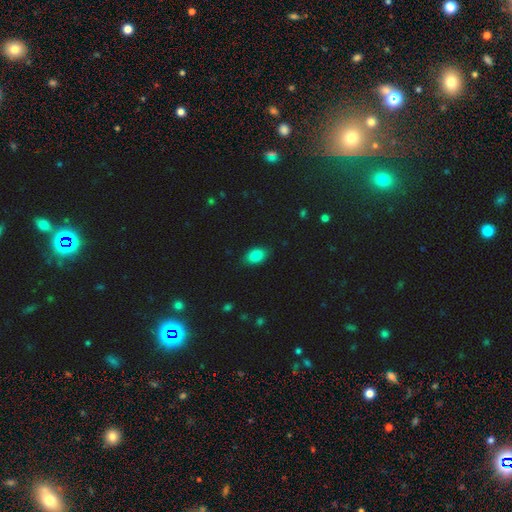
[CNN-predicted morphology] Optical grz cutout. It shows a smooth galaxy with no disk features (84%) that is in between round and cigar-shaped (86%). Merging: none (84%).